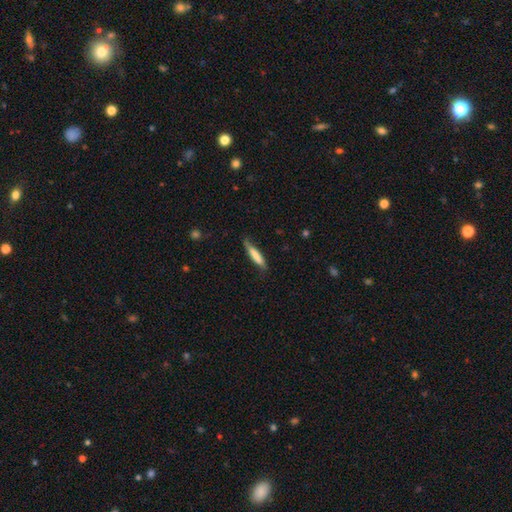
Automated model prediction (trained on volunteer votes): The model was most divided on "merging": none: 70%, minor disturbance: 23%, major disturbance: 5%, merger: 2%. More confident: how rounded — cigar-shaped (86%); smooth or featured — smooth (76%).